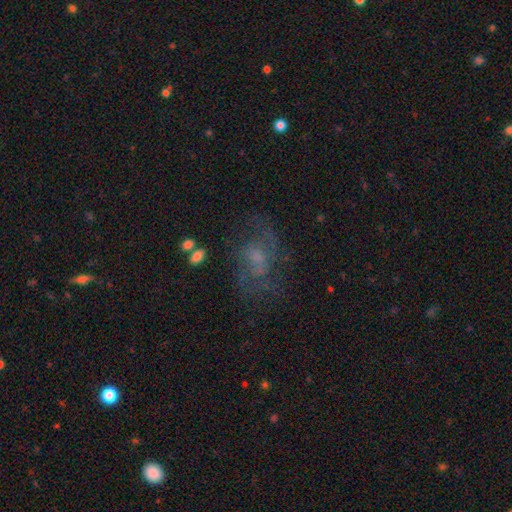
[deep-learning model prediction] Morphology: type=featured or disk (59%); edge-on=no (96%); bar=no (62%); spiral arms=yes (69%); bulge=small (42%); merging=none (51%).